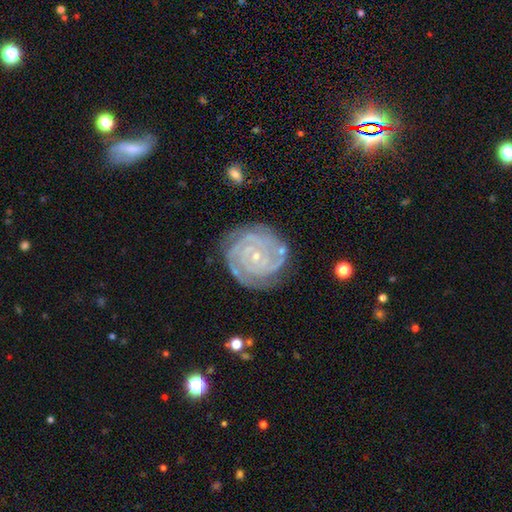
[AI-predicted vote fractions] This is clearly a featured or disk galaxy (90%). It is clearly not viewed edge-on (98%). Bar: likely no (74%). Spiral arm pattern: clearly yes (98%). Spiral arm count: marginally 3 (31%). Spiral winding: clearly tight (83%). Central bulge: clearly small (86%). Merging: likely none (78%).